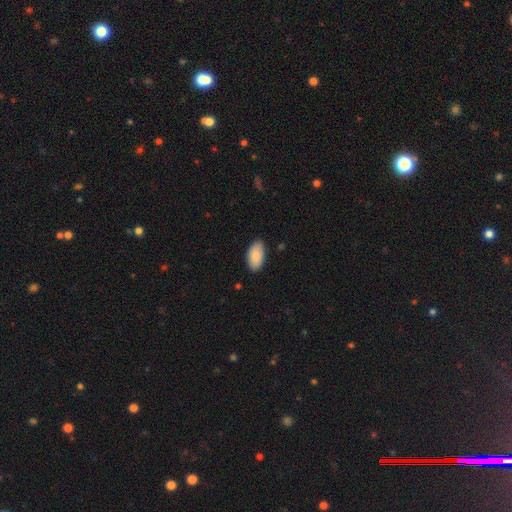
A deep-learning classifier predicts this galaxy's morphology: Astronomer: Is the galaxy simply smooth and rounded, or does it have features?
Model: smooth — 90%.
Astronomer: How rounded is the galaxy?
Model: in between — 96%.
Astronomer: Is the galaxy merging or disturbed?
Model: none — 86%.